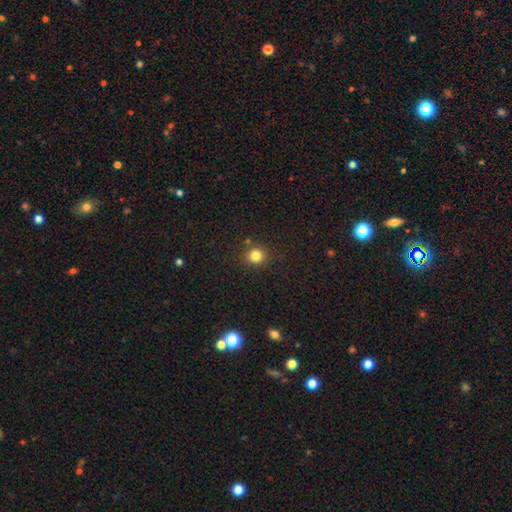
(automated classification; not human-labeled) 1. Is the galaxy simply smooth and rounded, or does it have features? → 82% smooth, 13% star or artifact, 5% featured or disk.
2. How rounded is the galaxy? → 87% round, 13% in between, 1% cigar-shaped.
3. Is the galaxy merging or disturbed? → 86% none, 8% minor disturbance, 3% merger, 3% major disturbance.